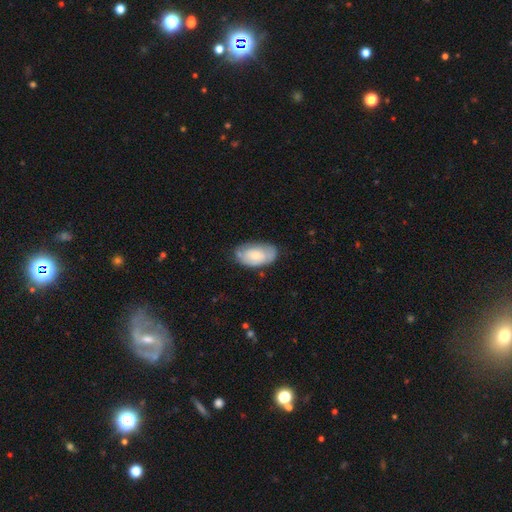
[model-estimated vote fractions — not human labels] A smooth galaxy with no disk features (58%) that is in between round and cigar-shaped (94%).

Vote fractions:
- Smooth or featured? smooth: 58% / featured or disk: 36% / star or artifact: 6%
- How rounded? in between: 94% / round: 5% / cigar-shaped: 2%
- Merging? none: 64% / minor disturbance: 26% / major disturbance: 7% / merger: 2%